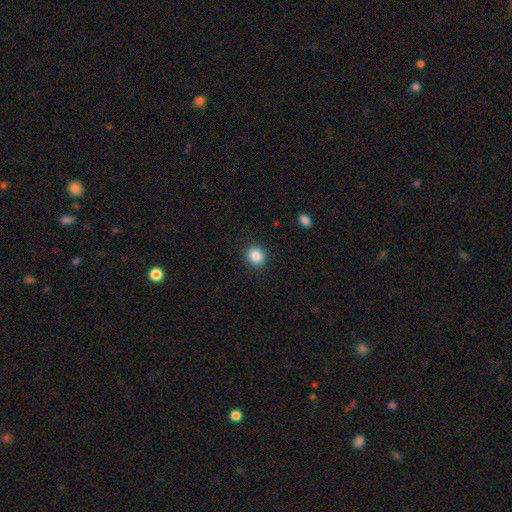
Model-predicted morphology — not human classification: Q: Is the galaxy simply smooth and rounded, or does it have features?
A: smooth — 87%.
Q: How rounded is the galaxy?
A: round — 70%.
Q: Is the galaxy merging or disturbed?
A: none — 89%.